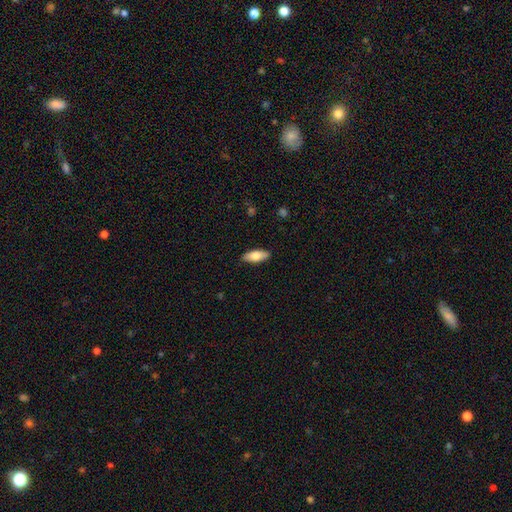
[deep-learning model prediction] Overall: smooth (74%). How rounded: in between (76%). Merging: none (88%).